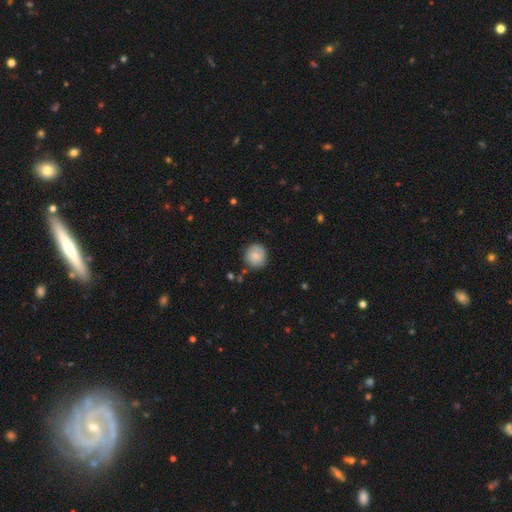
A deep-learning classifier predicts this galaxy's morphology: Smooth or featured: smooth — 79% (featured or disk — 13%)
How rounded: round — 92% (in between — 7%)
Merging: none — 85% (minor disturbance — 11%)